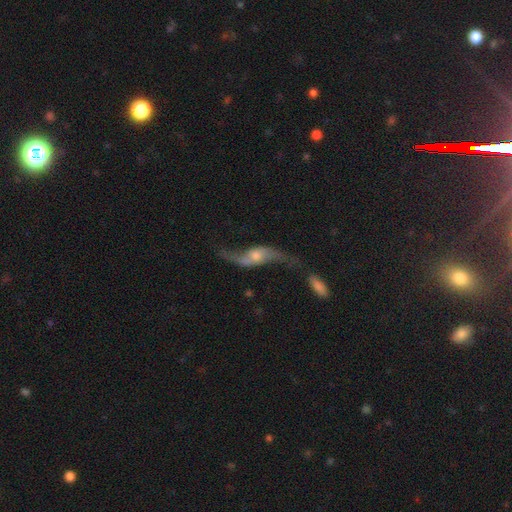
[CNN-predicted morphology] This appears to be a featured or disk galaxy (85%) with no bar (58%), 2 (92%) loose (93%) spiral arms (93%) and a moderate central bulge (47%). Merging: none (51%).